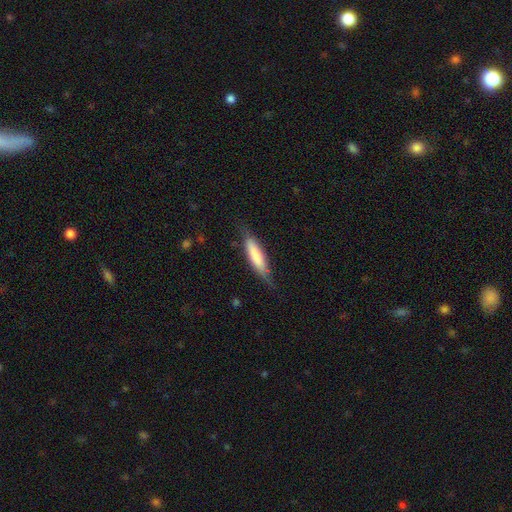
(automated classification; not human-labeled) smooth 74%, featured or disk 21%, star or artifact 6%. Down the decision tree: how rounded — cigar-shaped (69%); merging — none (73%).